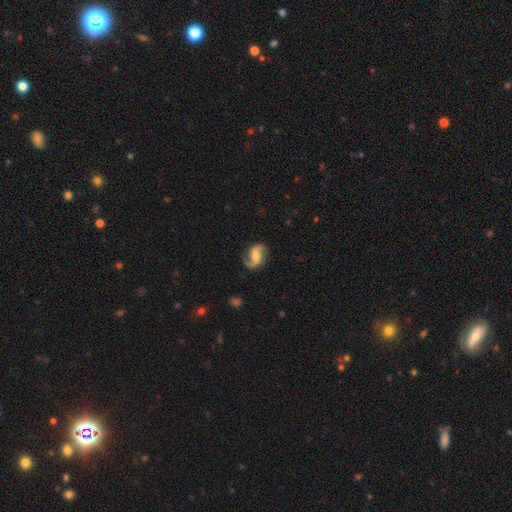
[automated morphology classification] type=featured or disk (81%); edge-on=no (98%); bar=weak (44%); spiral arms=yes (96%); winding=loose (49%); arm count=2 (84%); bulge=moderate (45%); merging=none (76%).